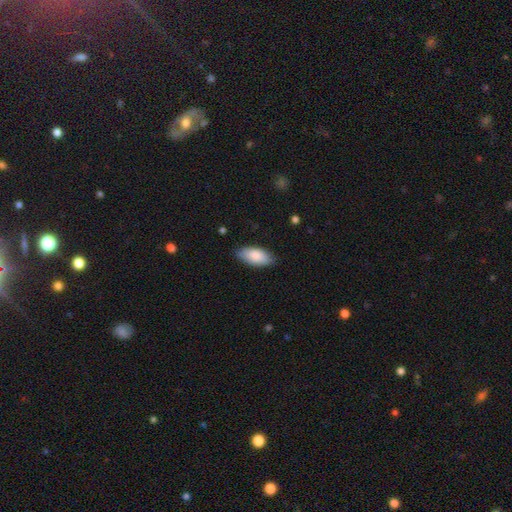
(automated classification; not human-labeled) Smooth or featured? smooth (85%)
How rounded? in between (91%)
Merging? none (81%)